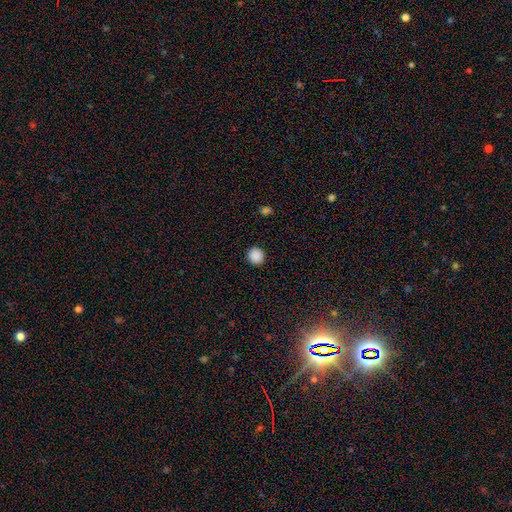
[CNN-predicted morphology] type=smooth (88%); roundness=round (91%); merging=none (92%).